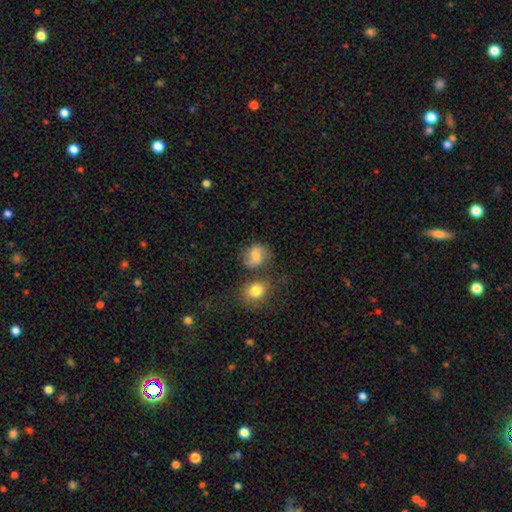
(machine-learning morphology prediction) Overall: smooth (53%; featured or disk 36%). How rounded: round (66%; in between 33%). Merging: none (64%).